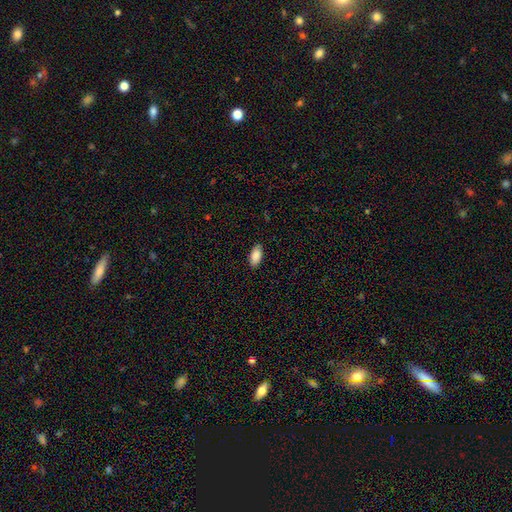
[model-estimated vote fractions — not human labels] Smooth or featured? smooth (89%)
How rounded? in between (92%)
Merging? none (87%)